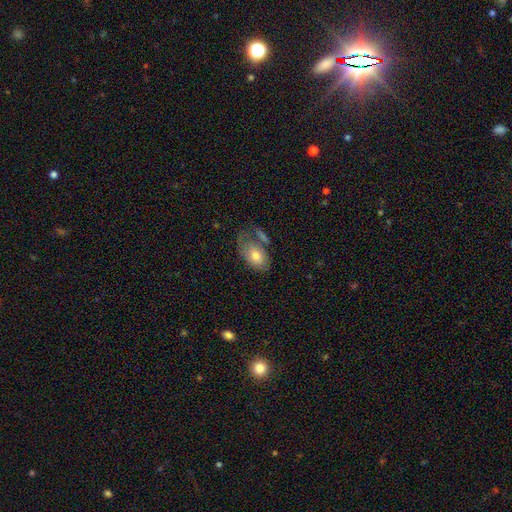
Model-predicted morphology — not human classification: This appears to be a smooth galaxy with no disk features (69%) that is in between round and cigar-shaped (90%). Merging: none (42%).